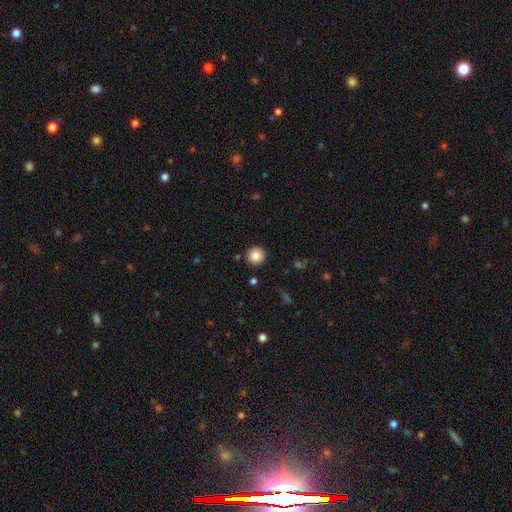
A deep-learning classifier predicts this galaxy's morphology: This is clearly a smooth galaxy (85%). How rounded: clearly round (96%). Merging: clearly none (91%).